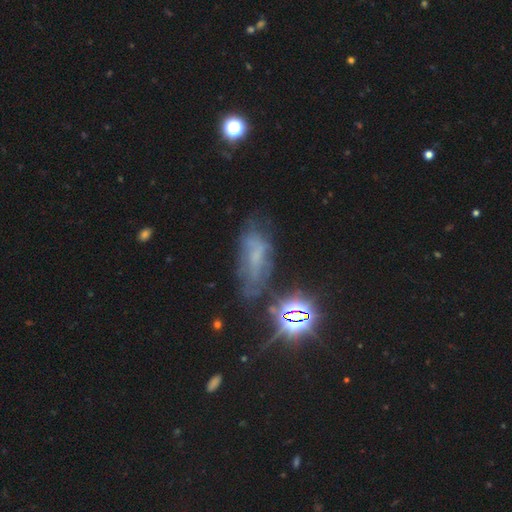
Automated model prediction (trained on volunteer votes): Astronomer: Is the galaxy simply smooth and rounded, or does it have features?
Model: featured or disk — 40% (runner-up: star or artifact, 32%).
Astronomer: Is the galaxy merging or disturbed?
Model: none — 49% (runner-up: minor disturbance, 25%).